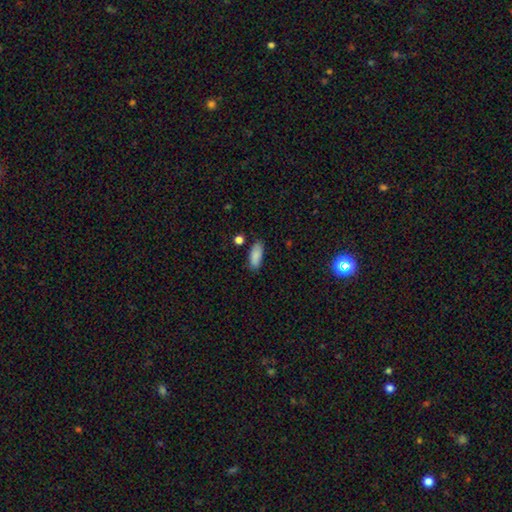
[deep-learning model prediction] This is clearly a smooth galaxy (88%). How rounded: clearly in between (82%). Merging: likely none (80%).